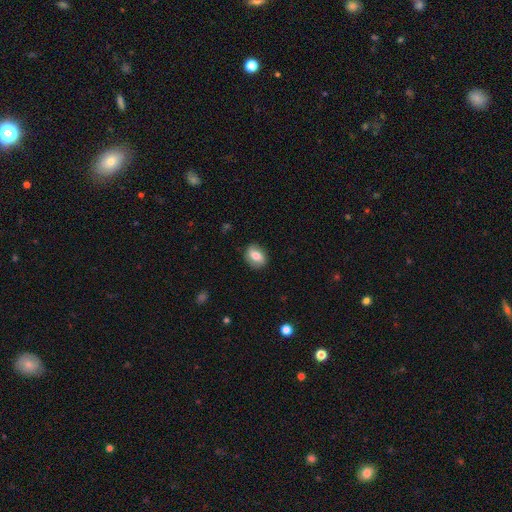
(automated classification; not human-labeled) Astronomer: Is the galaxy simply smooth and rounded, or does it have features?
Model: smooth — 68%.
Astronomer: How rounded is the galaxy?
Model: in between — 65%.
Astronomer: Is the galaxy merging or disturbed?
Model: none — 83%.